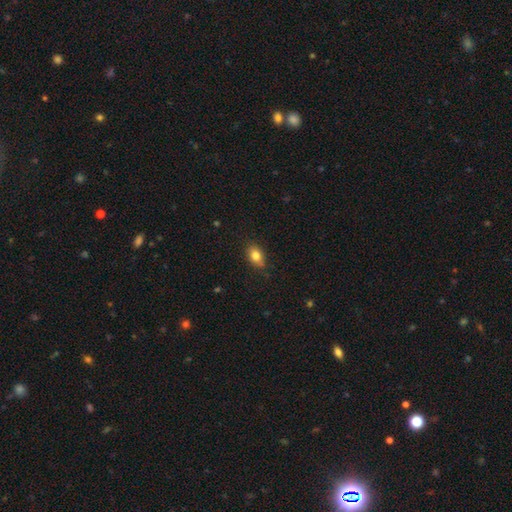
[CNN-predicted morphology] Q: Smooth or featured?
A: smooth (81%); runner-up: featured or disk (10%)
Q: How rounded?
A: in between (79%); runner-up: round (18%)
Q: Merging?
A: none (76%); runner-up: minor disturbance (20%)